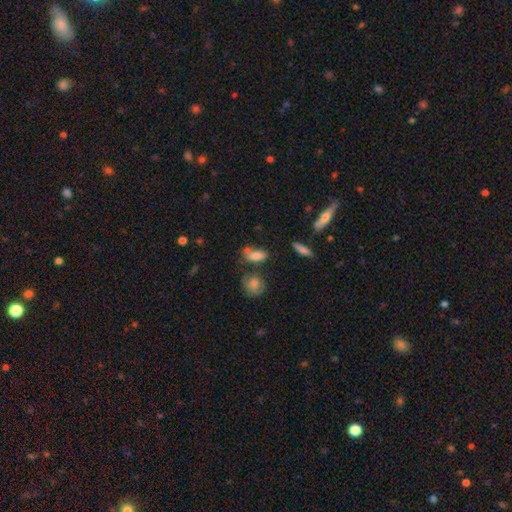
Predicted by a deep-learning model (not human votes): Smooth or featured? Predicted: smooth (p=0.76). How rounded? Predicted: in between (p=0.78). Merging? Predicted: none (p=0.48).